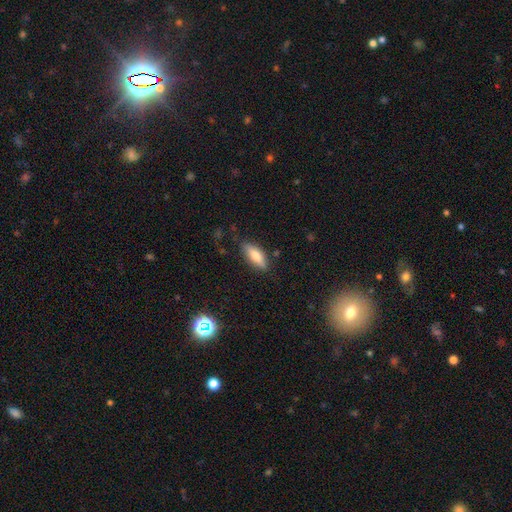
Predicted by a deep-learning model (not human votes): The model was most divided on "how rounded": in between: 68%, cigar-shaped: 29%, round: 2%. More confident: merging — none (79%); smooth or featured — smooth (75%).